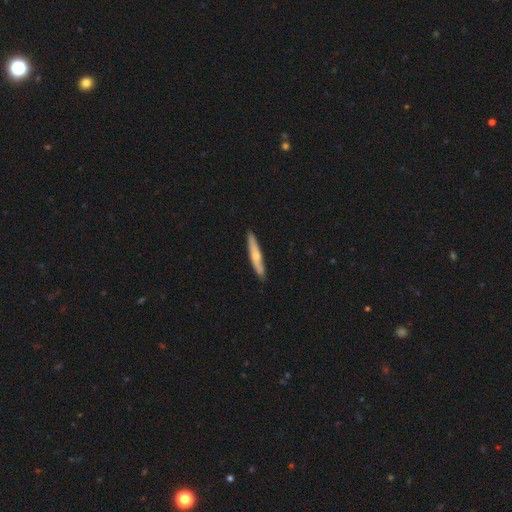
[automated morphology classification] smooth 50%, featured or disk 46%, star or artifact 5%. Down the decision tree: merging — none (89%).